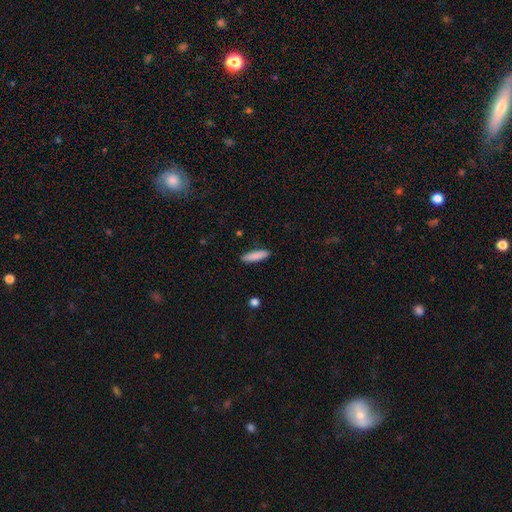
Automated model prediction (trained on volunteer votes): Smooth or featured? smooth (87%)
How rounded? cigar-shaped (73%)
Merging? none (89%)